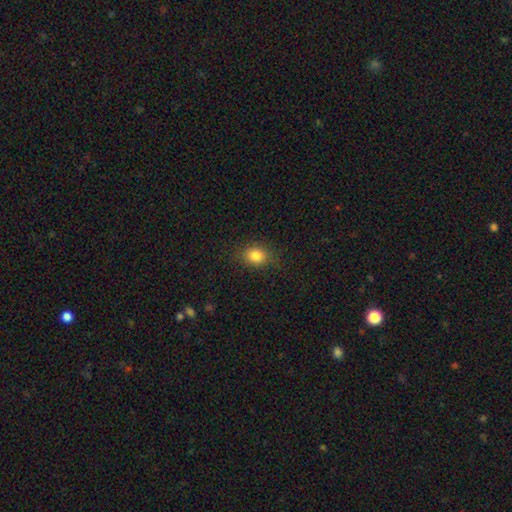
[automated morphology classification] smooth 83%, star or artifact 11%, featured or disk 6%. Down the decision tree: how rounded — in between (51%); merging — none (82%).